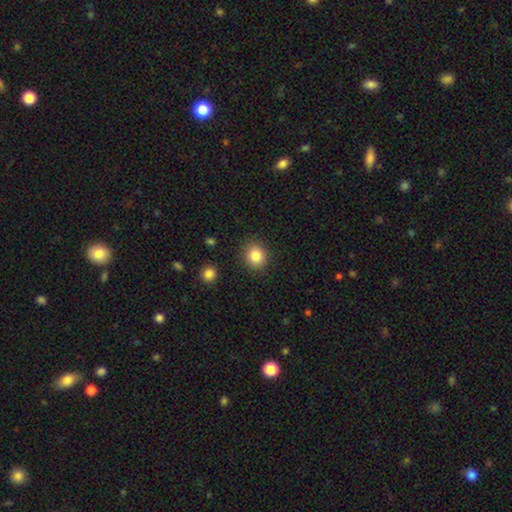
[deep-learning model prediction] Smooth or featured? smooth (84%)
How rounded? round (79%)
Merging? none (89%)